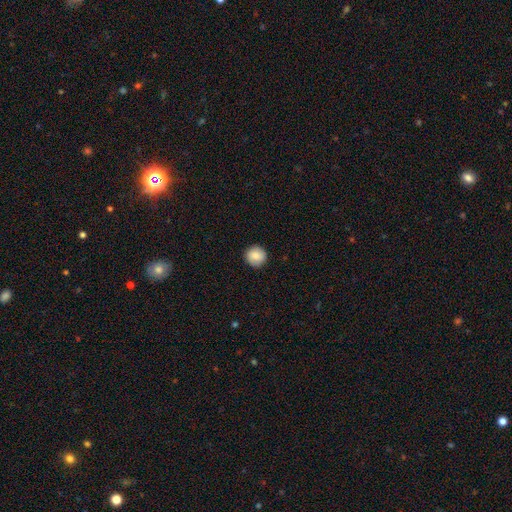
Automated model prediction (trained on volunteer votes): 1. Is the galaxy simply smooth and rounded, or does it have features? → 83% smooth, 10% featured or disk, 8% star or artifact.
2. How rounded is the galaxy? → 93% round, 6% in between, 1% cigar-shaped.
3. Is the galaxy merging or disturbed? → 89% none, 8% minor disturbance, 2% major disturbance, 1% merger.